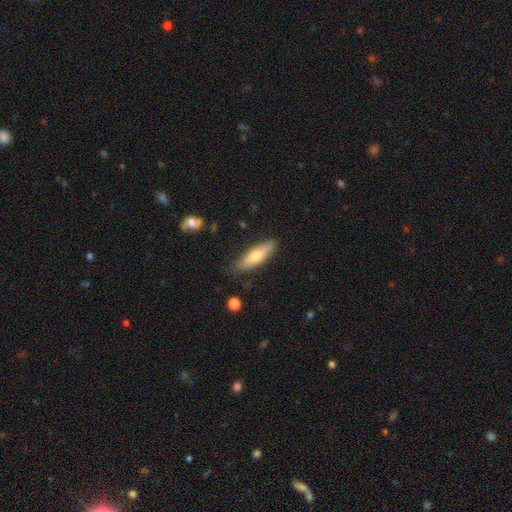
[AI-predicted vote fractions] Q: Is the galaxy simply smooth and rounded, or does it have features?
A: smooth — 63%.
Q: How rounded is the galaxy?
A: cigar-shaped — 64%.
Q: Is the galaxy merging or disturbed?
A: none — 84%.